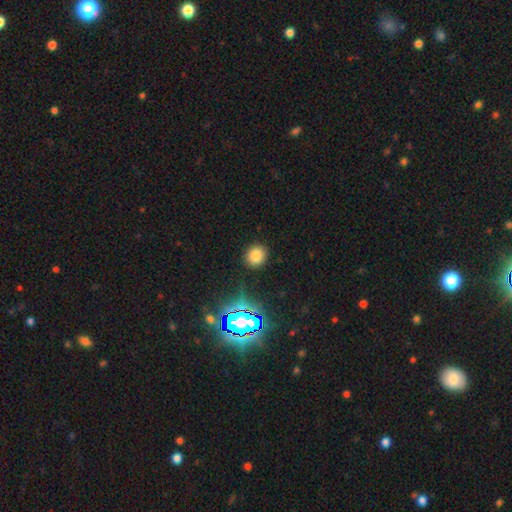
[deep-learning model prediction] Smooth or featured? Predicted: smooth (p=0.76). How rounded? Predicted: round (p=0.79). Merging? Predicted: none (p=0.89).